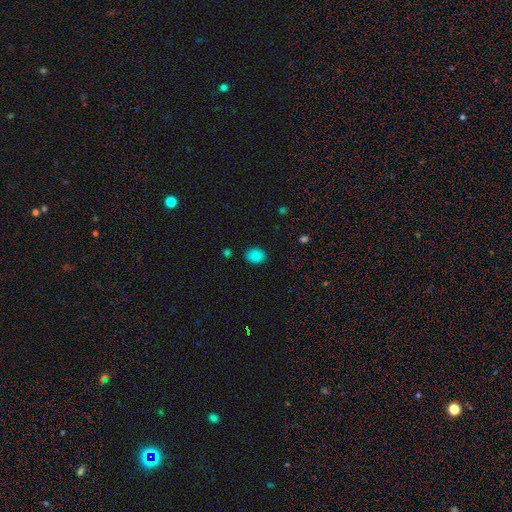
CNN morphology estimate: smooth_or_featured: smooth (p=0.85) [alt: star or artifact p=0.12]
how_rounded: in between (p=0.53) [alt: round p=0.46]
merging: none (p=0.84) [alt: minor disturbance p=0.11]